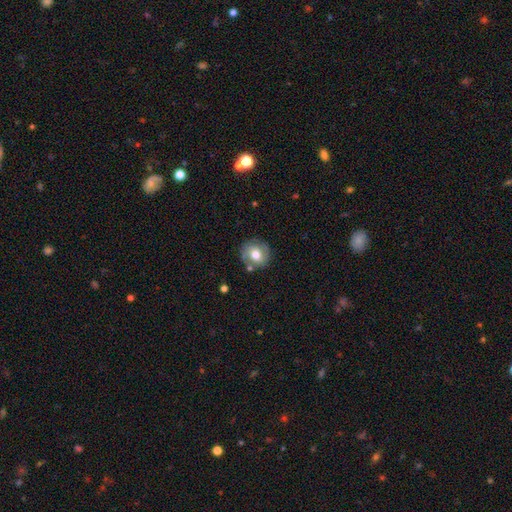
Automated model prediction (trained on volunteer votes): Q: Smooth or featured?
A: smooth (61%); runner-up: featured or disk (31%)
Q: How rounded?
A: round (85%); runner-up: in between (14%)
Q: Merging?
A: none (75%); runner-up: minor disturbance (15%)